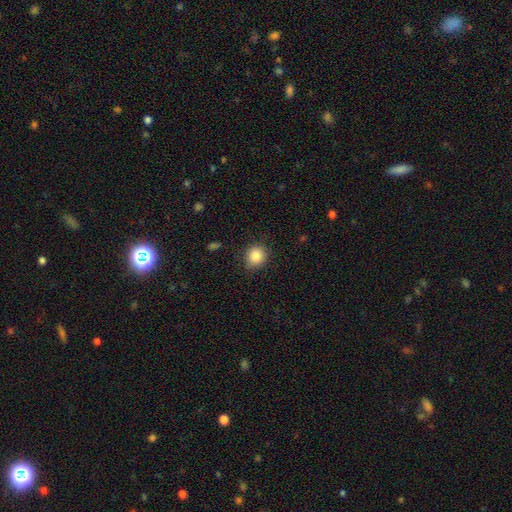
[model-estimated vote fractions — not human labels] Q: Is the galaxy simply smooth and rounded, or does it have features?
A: smooth — 85%.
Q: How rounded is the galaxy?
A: round — 79%.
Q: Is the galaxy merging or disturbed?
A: none — 84%.